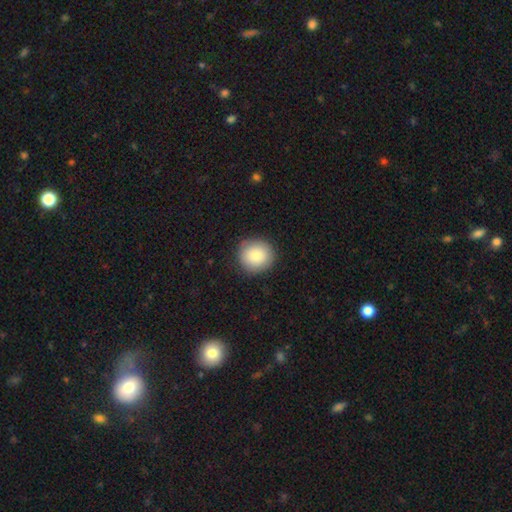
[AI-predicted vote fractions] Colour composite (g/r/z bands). It shows a smooth galaxy with no disk features (85%) that is round (90%). Merging: none (88%).